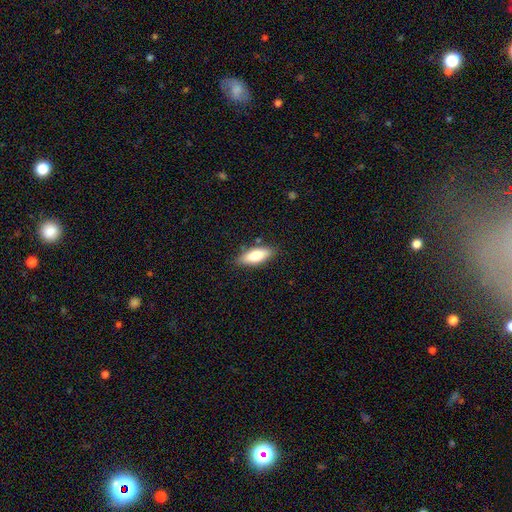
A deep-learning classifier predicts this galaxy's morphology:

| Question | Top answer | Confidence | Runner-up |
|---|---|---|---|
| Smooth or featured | smooth | 76% | featured or disk (18%) |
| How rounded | in between | 74% | cigar-shaped (24%) |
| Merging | none | 84% | minor disturbance (12%) |